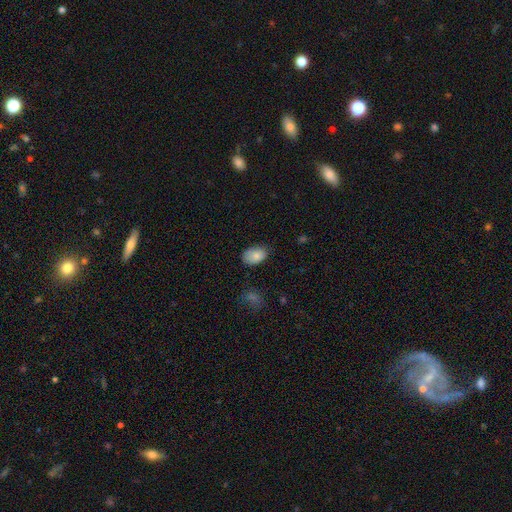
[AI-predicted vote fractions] smooth_or_featured: smooth (p=0.84) [alt: featured or disk p=0.08]
how_rounded: in between (p=0.90) [alt: round p=0.09]
merging: none (p=0.71) [alt: minor disturbance p=0.23]